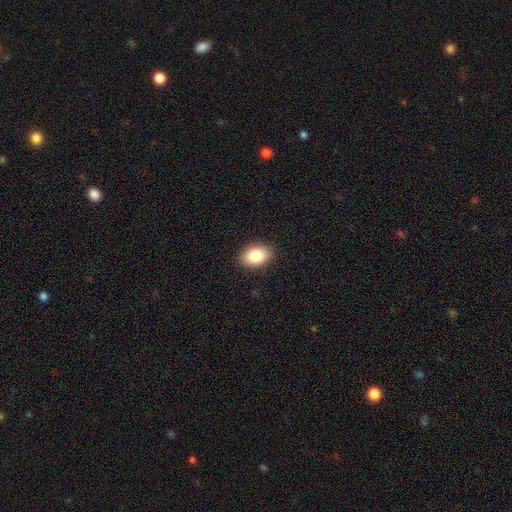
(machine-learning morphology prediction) Smooth or featured? Predicted: smooth (p=0.85). How rounded? Predicted: in between (p=0.85). Merging? Predicted: none (p=0.89).